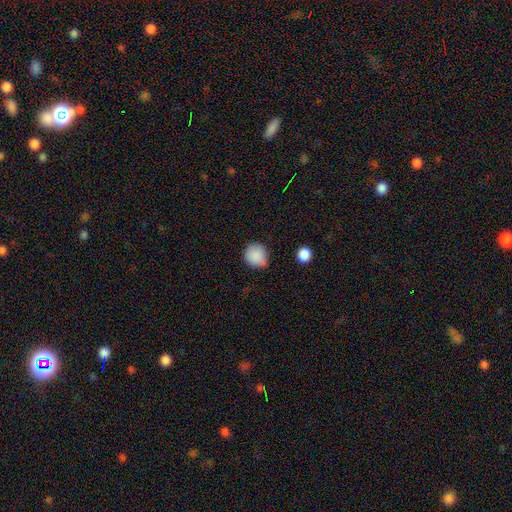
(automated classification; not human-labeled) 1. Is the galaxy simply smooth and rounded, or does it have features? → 88% smooth, 9% star or artifact, 4% featured or disk.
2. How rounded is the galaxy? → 84% round, 15% in between, 1% cigar-shaped.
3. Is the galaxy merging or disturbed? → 73% none, 21% minor disturbance, 4% major disturbance, 2% merger.